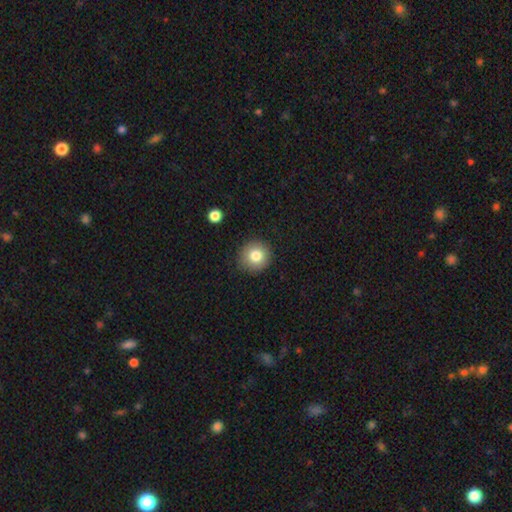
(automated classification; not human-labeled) This is clearly a smooth galaxy (81%). How rounded: clearly round (92%). Merging: clearly none (88%).